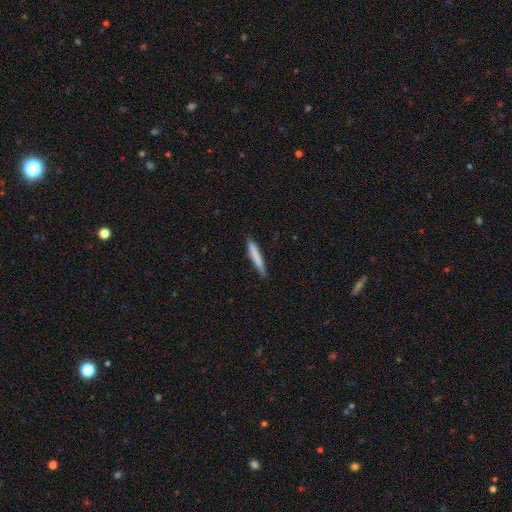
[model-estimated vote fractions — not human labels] Smooth or featured?
  - smooth: 77% *
  - featured or disk: 17%
  - star or artifact: 6%
How rounded?
  - cigar-shaped: 95% *
  - in between: 4%
  - round: 1%
Merging?
  - none: 86% *
  - minor disturbance: 11%
  - major disturbance: 2%
  - merger: 1%